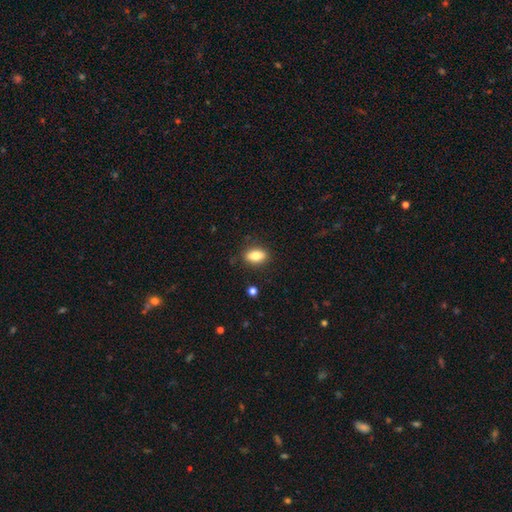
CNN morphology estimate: smooth 82%, featured or disk 10%, star or artifact 8%. Down the decision tree: how rounded — in between (87%); merging — none (86%).